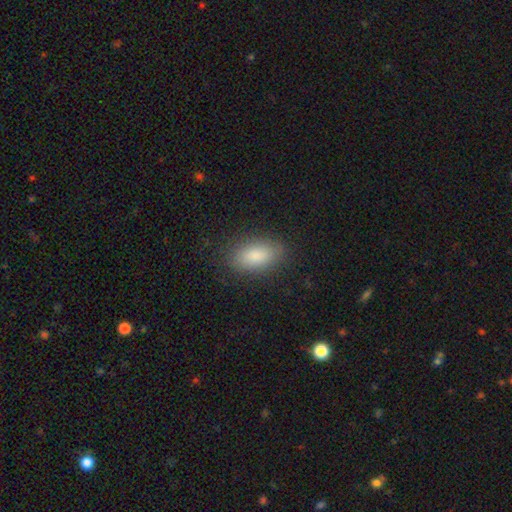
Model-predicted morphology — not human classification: Smooth or featured: smooth — 86% (featured or disk — 7%)
How rounded: in between — 91% (cigar-shaped — 5%)
Merging: none — 85% (minor disturbance — 11%)